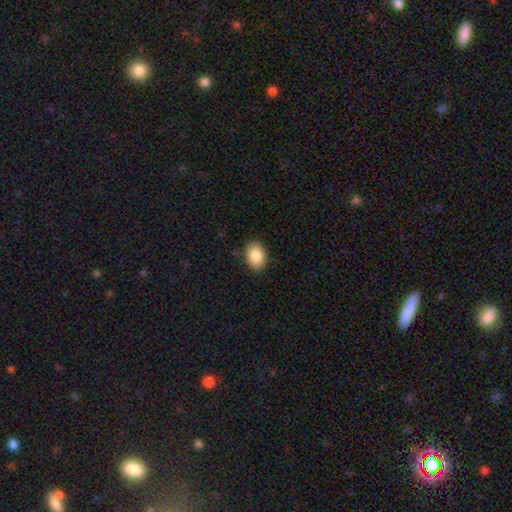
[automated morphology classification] A smooth galaxy with no disk features (87%) that is in between round and cigar-shaped (77%). Merging: none (87%).